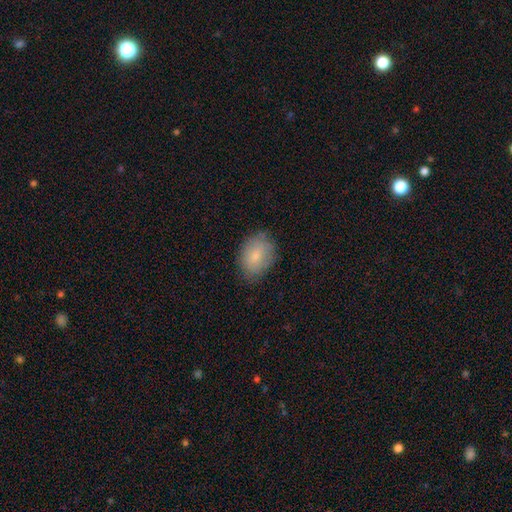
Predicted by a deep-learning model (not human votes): The model was most divided on "how rounded": in between: 79%, round: 20%, cigar-shaped: 1%. More confident: smooth or featured — smooth (79%); merging — none (78%).